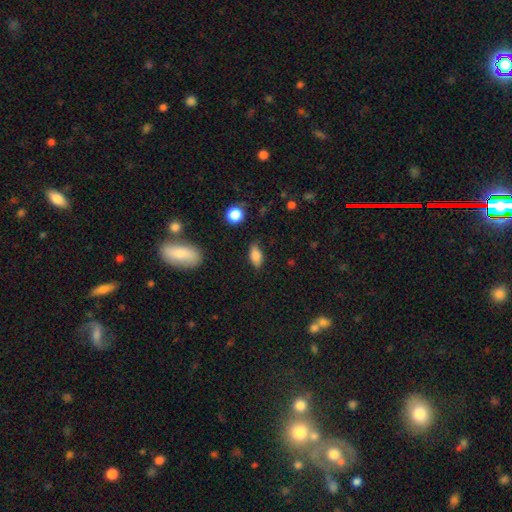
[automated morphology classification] Smooth or featured? smooth (80%)
How rounded? in between (84%)
Merging? none (79%)